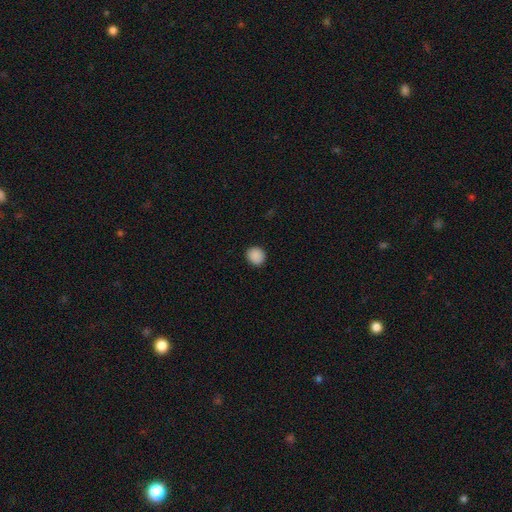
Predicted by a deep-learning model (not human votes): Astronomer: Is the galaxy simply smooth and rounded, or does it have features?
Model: smooth — 89%.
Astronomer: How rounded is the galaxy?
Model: round — 82%.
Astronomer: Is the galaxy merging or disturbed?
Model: none — 91%.